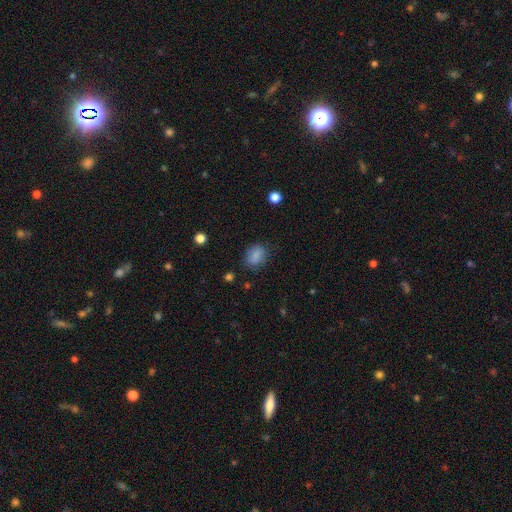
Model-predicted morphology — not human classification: Overall: smooth (84%). How rounded: in between (61%; round 38%). Merging: none (75%).